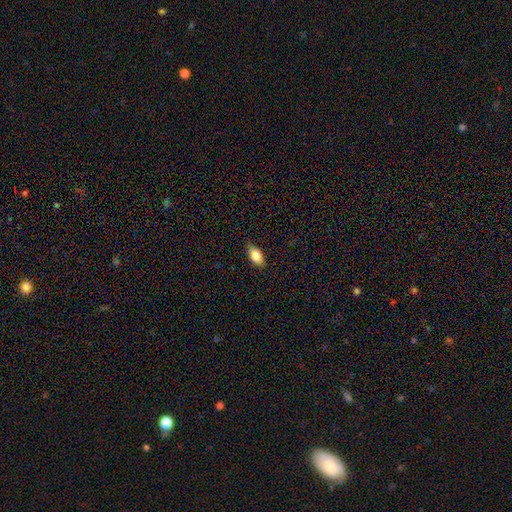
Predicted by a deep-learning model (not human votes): The model was most divided on "merging": none: 82%, minor disturbance: 14%, major disturbance: 3%, merger: 1%. More confident: how rounded — in between (90%); smooth or featured — smooth (86%).